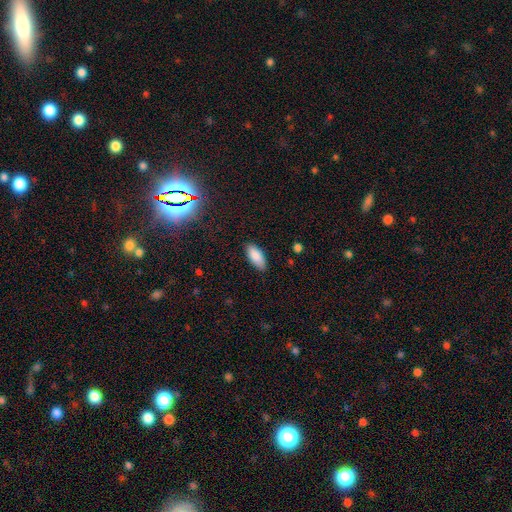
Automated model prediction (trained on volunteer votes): Smooth or featured: smooth — 87% (star or artifact — 7%)
How rounded: in between — 87% (cigar-shaped — 11%)
Merging: none — 83% (minor disturbance — 13%)